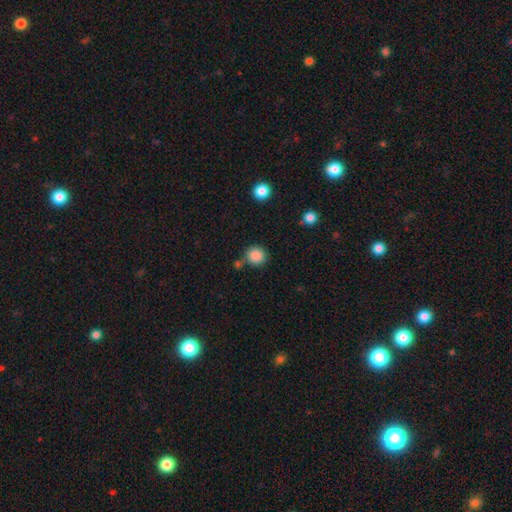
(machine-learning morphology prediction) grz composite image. It shows a smooth galaxy with no disk features (87%) that is round (88%). Merging: none (75%).